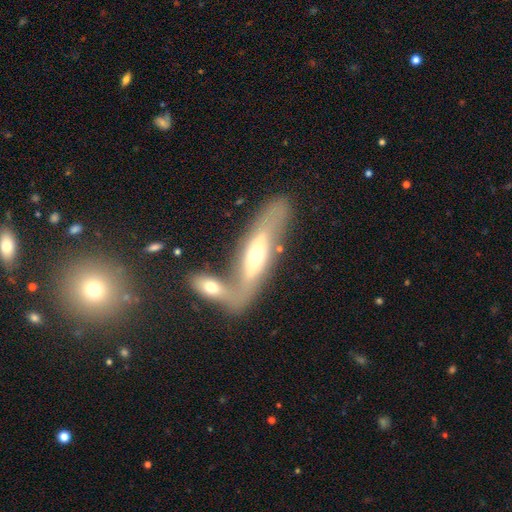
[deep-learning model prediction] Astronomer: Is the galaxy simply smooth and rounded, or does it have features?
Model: featured or disk — 61%.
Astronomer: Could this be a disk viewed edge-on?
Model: no — 58% (runner-up: yes, 42%).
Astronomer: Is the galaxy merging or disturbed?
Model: merger — 45% (runner-up: none, 36%).